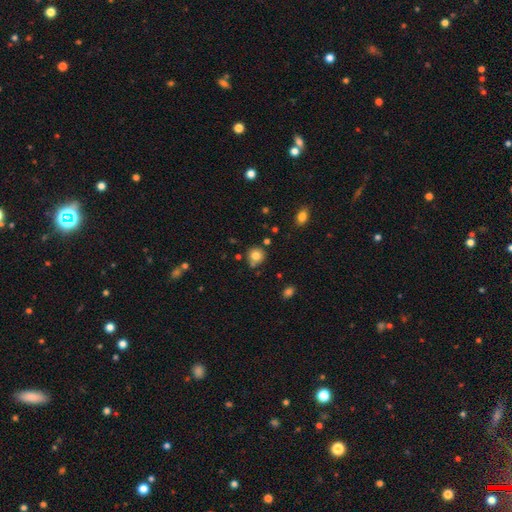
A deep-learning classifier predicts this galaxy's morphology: Smooth or featured: smooth — 80% (star or artifact — 11%)
How rounded: round — 87% (in between — 12%)
Merging: none — 72% (minor disturbance — 15%)